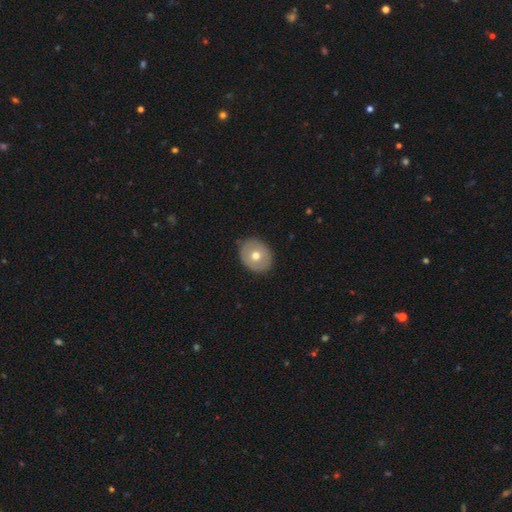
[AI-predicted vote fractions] Q: Smooth or featured?
A: smooth (63%); runner-up: featured or disk (30%)
Q: How rounded?
A: round (59%); runner-up: in between (40%)
Q: Merging?
A: none (86%); runner-up: minor disturbance (10%)